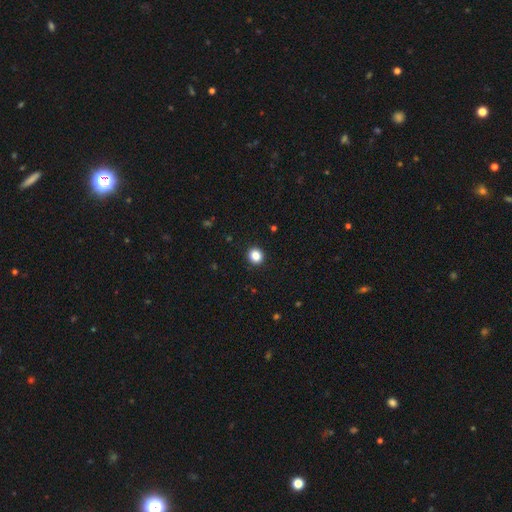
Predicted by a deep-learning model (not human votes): A smooth galaxy with no disk features (87%) that is round (79%). Merging: none (92%).